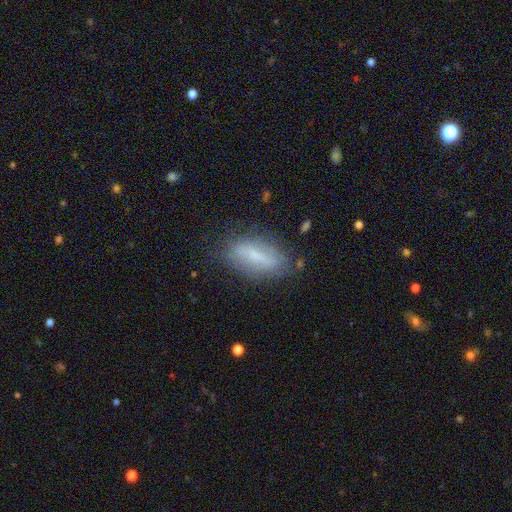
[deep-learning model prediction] Q: Smooth or featured?
A: smooth (50%); runner-up: featured or disk (41%)
Q: Merging?
A: none (74%); runner-up: minor disturbance (18%)